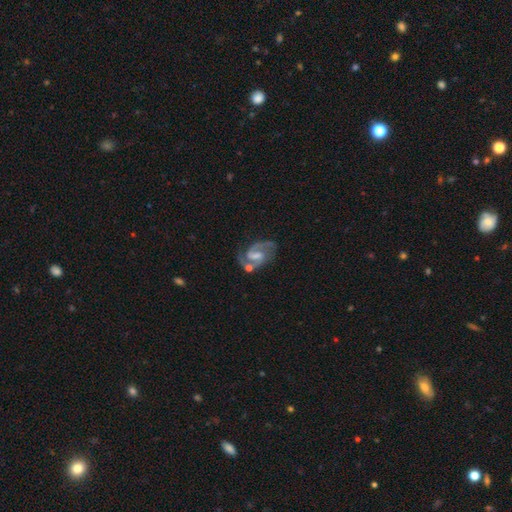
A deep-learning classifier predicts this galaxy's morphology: smooth-or-featured: featured or disk: 88% | smooth: 7% | star or artifact: 5%
  disk-edge-on: no: 98% | yes: 2%
    bar: weak: 56% | strong: 26% | no: 19%
    has-spiral-arms: yes: 97% | no: 3%
      spiral-winding: medium: 61% | tight: 22% | loose: 18%
      spiral-arm-count: 2: 91% | can't tell: 3% | 1: 2% | 3: 2% | 4: 1% | more than 4: 1%
    bulge-size: small: 37% | moderate: 32% | none: 25% | large: 5% | dominant: 1%
  merging: none: 61% | minor disturbance: 18% | merger: 12% | major disturbance: 9%